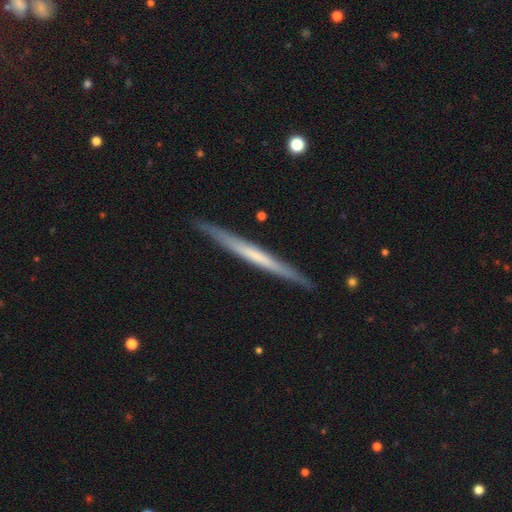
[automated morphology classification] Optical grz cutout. It shows a featured or disk galaxy (56%) viewed edge-on (97%) with no central bulge (82%). Merging: none (89%).